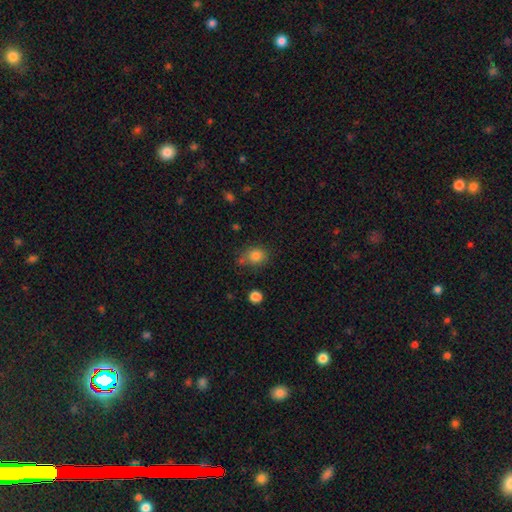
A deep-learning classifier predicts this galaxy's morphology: This appears to be a smooth galaxy with no disk features (82%) that is round (66%). Merging: none (61%).